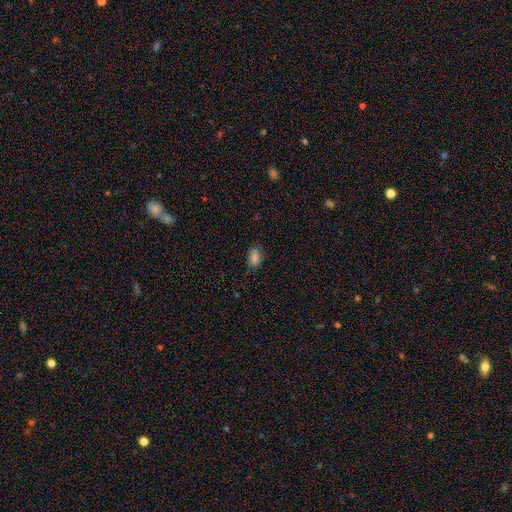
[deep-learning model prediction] A smooth galaxy with no disk features (70%) that is in between round and cigar-shaped (85%).

Vote fractions:
- Smooth or featured? smooth: 70% / star or artifact: 22% / featured or disk: 8%
- How rounded? in between: 85% / round: 13% / cigar-shaped: 3%
- Merging? none: 78% / minor disturbance: 16% / major disturbance: 4% / merger: 2%